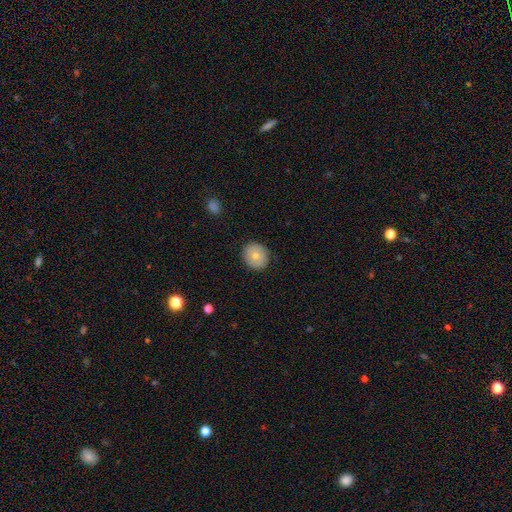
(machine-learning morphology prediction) This appears to be a smooth galaxy with no disk features (67%) that is round (82%). Merging: none (86%).